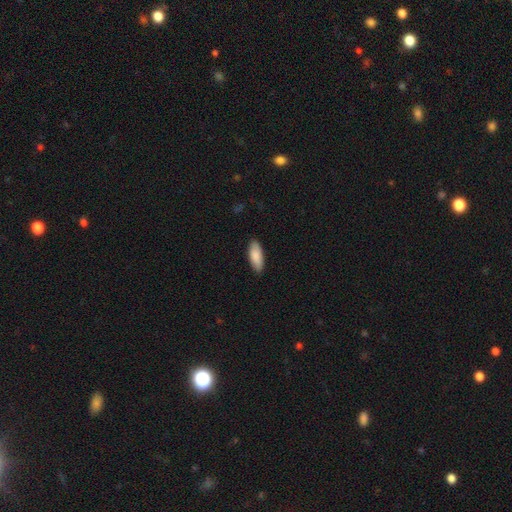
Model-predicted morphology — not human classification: Smooth or featured: smooth — 87% (featured or disk — 7%)
How rounded: in between — 74% (cigar-shaped — 24%)
Merging: none — 85% (minor disturbance — 12%)